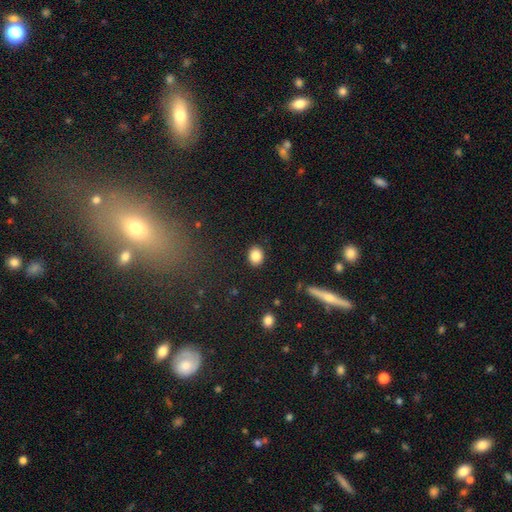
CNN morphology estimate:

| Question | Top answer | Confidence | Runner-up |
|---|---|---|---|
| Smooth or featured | smooth | 86% | star or artifact (9%) |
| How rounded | round | 59% | in between (40%) |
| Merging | none | 90% | minor disturbance (7%) |